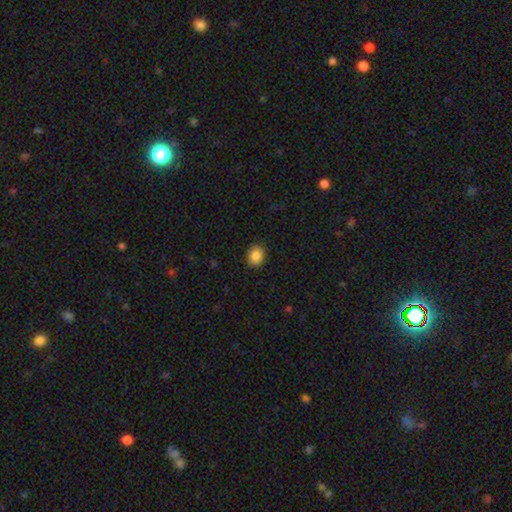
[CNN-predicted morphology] A smooth galaxy with no disk features (86%) that is round (69%).

Vote fractions:
- Smooth or featured? smooth: 86% / star or artifact: 9% / featured or disk: 4%
- How rounded? round: 69% / in between: 30% / cigar-shaped: 1%
- Merging? none: 90% / minor disturbance: 7% / major disturbance: 2% / merger: 1%